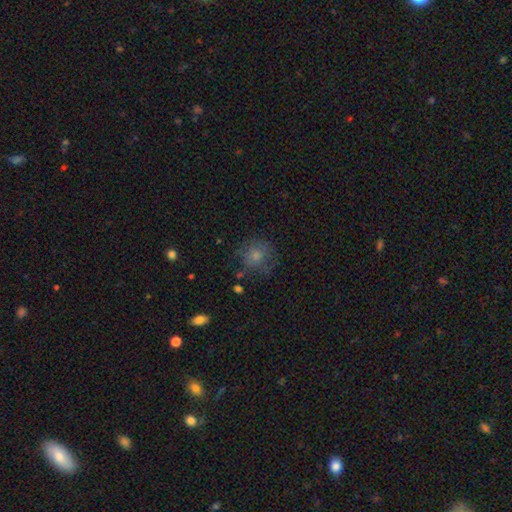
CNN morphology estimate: Smooth or featured? smooth (71%)
How rounded? round (84%)
Merging? none (64%)